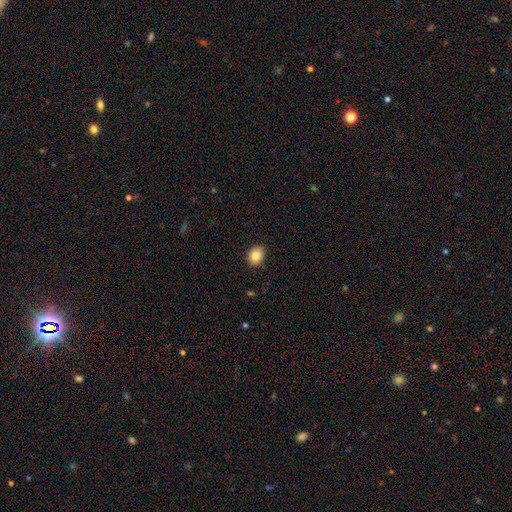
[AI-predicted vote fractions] smooth_or_featured: smooth (p=0.84) [alt: star or artifact p=0.09]
how_rounded: in between (p=0.52) [alt: round p=0.47]
merging: none (p=0.89) [alt: minor disturbance p=0.08]